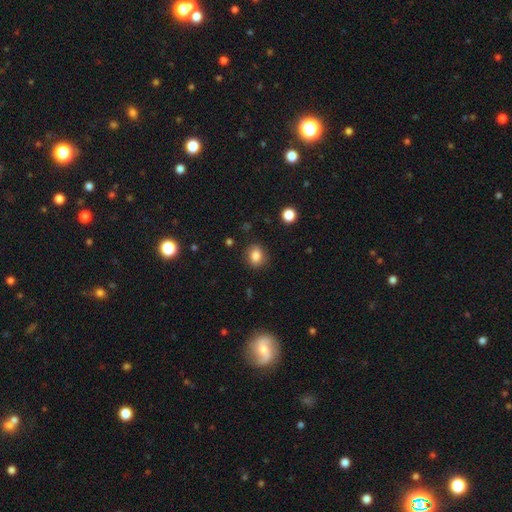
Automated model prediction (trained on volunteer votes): Overall: smooth (84%). How rounded: round (53%; in between 46%). Merging: none (85%).